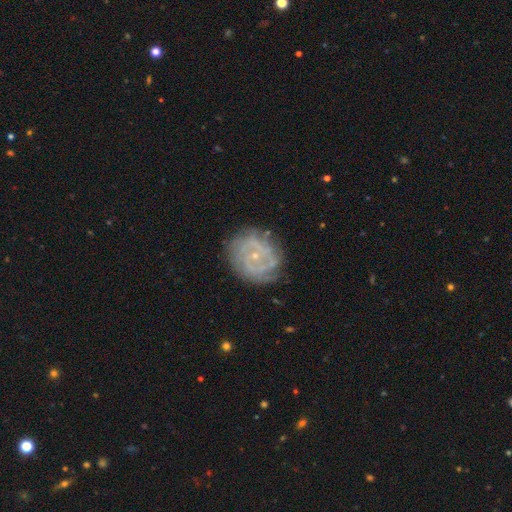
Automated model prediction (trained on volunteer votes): Q: Smooth or featured?
A: featured or disk (79%); runner-up: smooth (14%)
Q: Edge-on disk?
A: no (98%); runner-up: yes (2%)
Q: Bar?
A: no (69%); runner-up: weak (25%)
Q: Spiral arms?
A: yes (89%); runner-up: no (11%)
Q: Spiral winding?
A: tight (66%); runner-up: medium (27%)
Q: Spiral arm count?
A: can't tell (36%); runner-up: 2 (28%)
Q: Bulge size?
A: small (81%); runner-up: moderate (14%)
Q: Merging?
A: none (75%); runner-up: minor disturbance (17%)